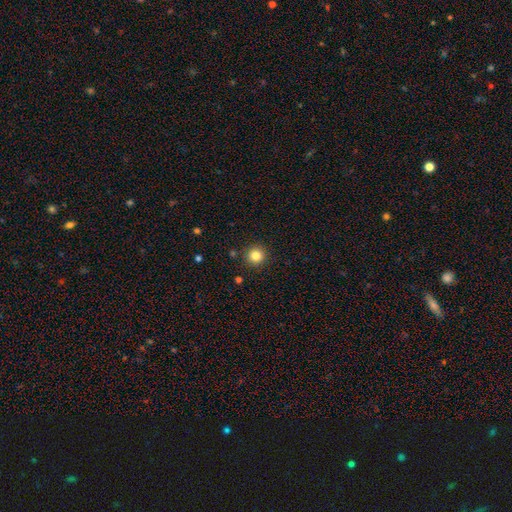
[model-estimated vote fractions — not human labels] Q: Smooth or featured?
A: smooth (83%); runner-up: star or artifact (12%)
Q: How rounded?
A: round (95%); runner-up: in between (4%)
Q: Merging?
A: none (91%); runner-up: minor disturbance (5%)